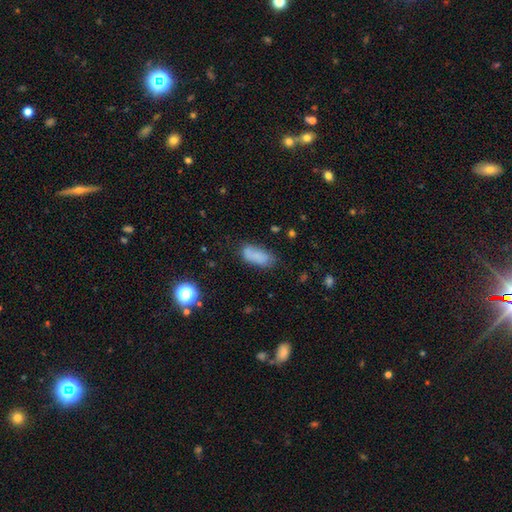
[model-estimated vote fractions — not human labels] A smooth galaxy with no disk features (78%) that is in between round and cigar-shaped (85%). Merging: none (61%).